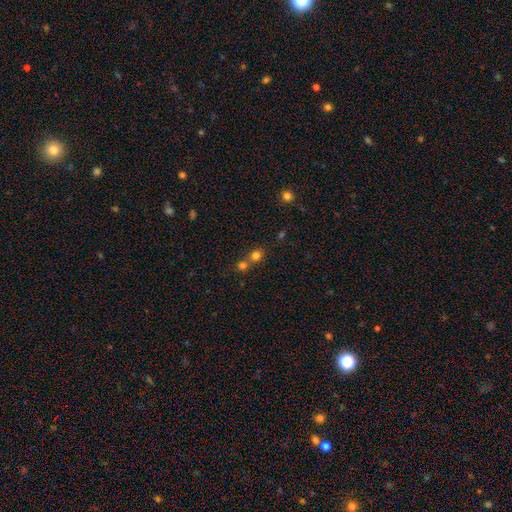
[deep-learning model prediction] The model was most divided on "merging": merger: 48%, none: 44%, minor disturbance: 6%, major disturbance: 3%. More confident: how rounded — round (83%); smooth or featured — smooth (75%).